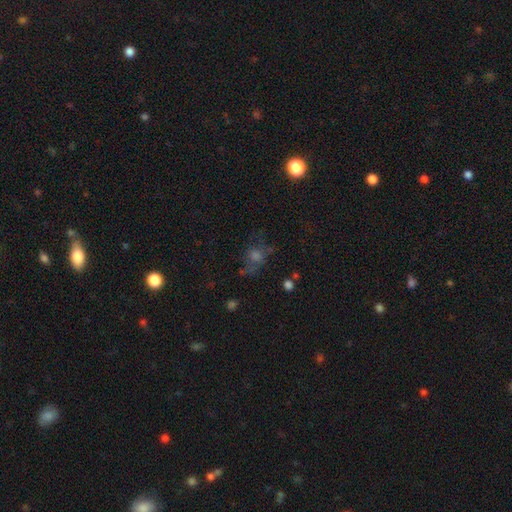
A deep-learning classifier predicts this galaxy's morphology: The model was most divided on "smooth or featured": smooth: 41%, star or artifact: 30%, featured or disk: 29%. More confident: merging — none (54%).